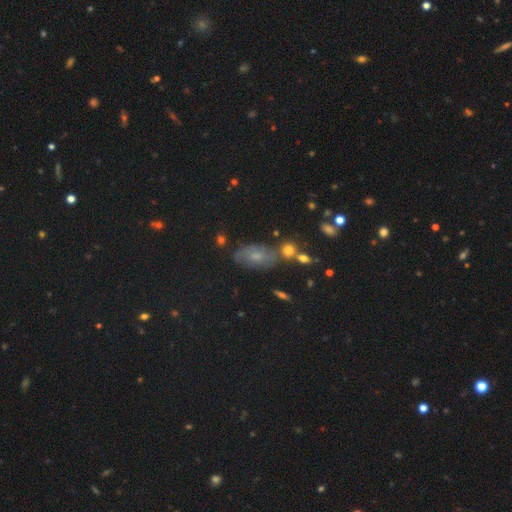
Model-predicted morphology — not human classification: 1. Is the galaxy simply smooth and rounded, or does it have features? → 42% featured or disk, 41% smooth, 18% star or artifact.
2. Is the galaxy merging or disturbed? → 59% none, 23% minor disturbance, 9% major disturbance, 9% merger.